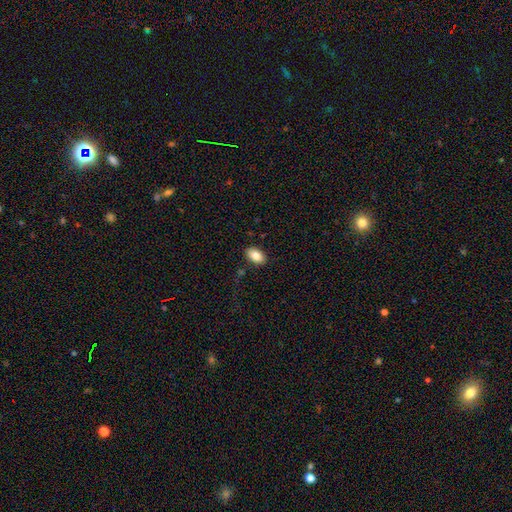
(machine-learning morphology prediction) Smooth or featured? Predicted: smooth (p=0.84). How rounded? Predicted: in between (p=0.92). Merging? Predicted: none (p=0.86).